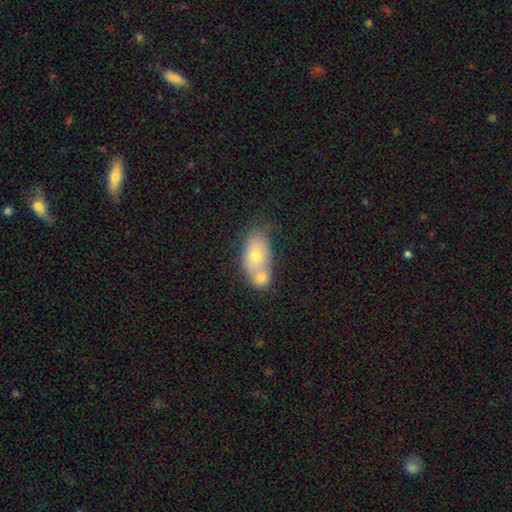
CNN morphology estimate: Smooth or featured: smooth — 67% (featured or disk — 25%)
How rounded: in between — 85% (round — 13%)
Merging: merger — 58% (none — 28%)